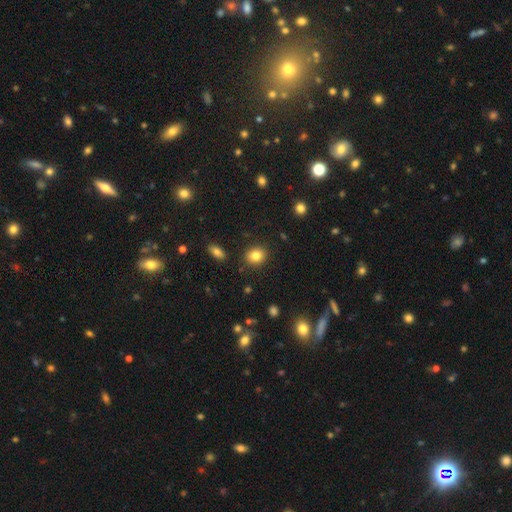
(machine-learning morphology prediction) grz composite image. It shows a smooth galaxy with no disk features (83%) that is round (63%). Merging: none (89%).